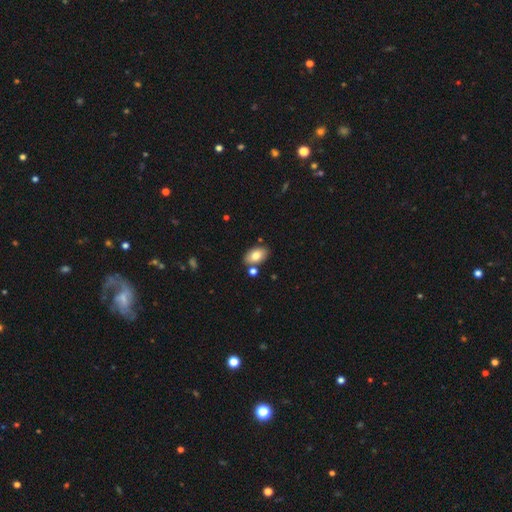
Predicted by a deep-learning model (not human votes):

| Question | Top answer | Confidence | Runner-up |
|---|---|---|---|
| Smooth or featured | smooth | 78% | featured or disk (14%) |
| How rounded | in between | 92% | round (7%) |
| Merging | none | 77% | minor disturbance (11%) |